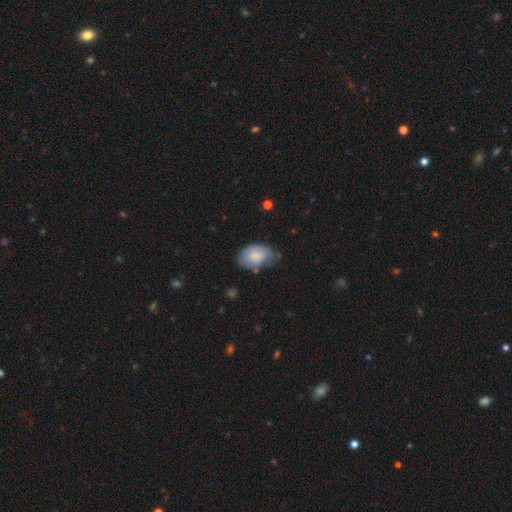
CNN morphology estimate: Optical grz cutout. It shows a smooth galaxy with no disk features (72%) that is in between round and cigar-shaped (88%). Merging: none (50%).